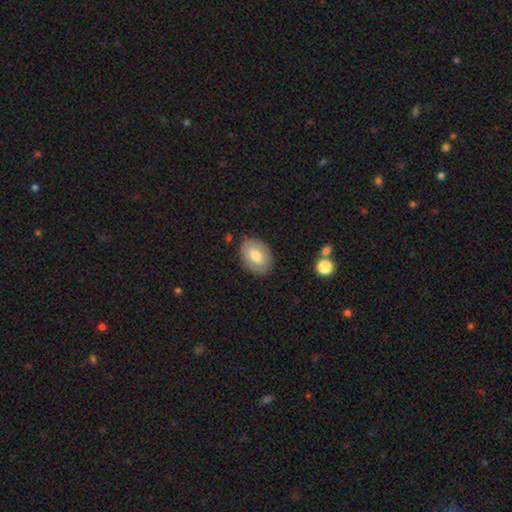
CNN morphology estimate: A smooth galaxy with no disk features (67%) that is in between round and cigar-shaped (80%). Merging: none (82%).